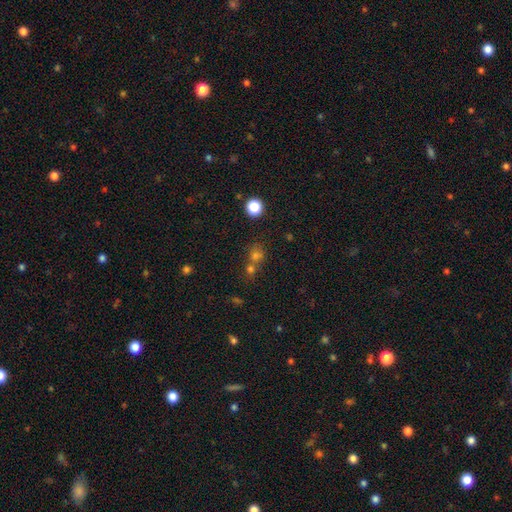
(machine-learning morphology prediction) Q: Smooth or featured?
A: smooth (59%); runner-up: star or artifact (30%)
Q: How rounded?
A: round (82%); runner-up: in between (17%)
Q: Merging?
A: none (48%); runner-up: merger (41%)